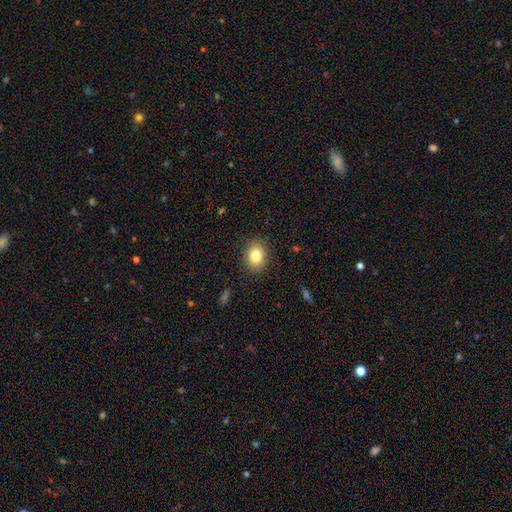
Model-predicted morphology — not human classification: This is clearly a smooth galaxy (83%). How rounded: possibly in between (58%). Merging: clearly none (87%).